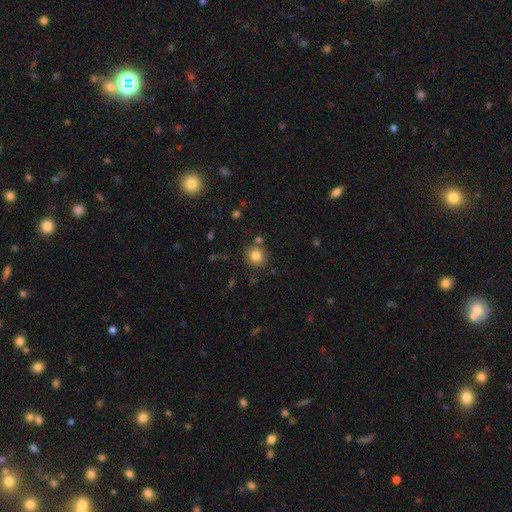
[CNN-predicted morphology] Q: Smooth or featured?
A: smooth (82%); runner-up: star or artifact (10%)
Q: How rounded?
A: round (89%); runner-up: in between (10%)
Q: Merging?
A: none (81%); runner-up: minor disturbance (9%)